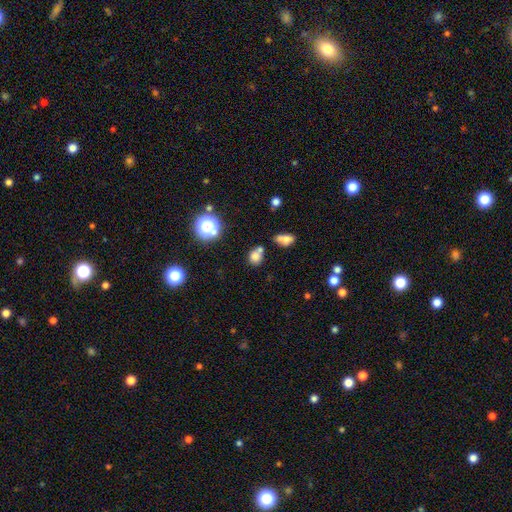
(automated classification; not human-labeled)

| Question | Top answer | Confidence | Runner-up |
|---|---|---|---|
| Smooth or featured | smooth | 72% | star or artifact (20%) |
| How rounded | round | 68% | in between (31%) |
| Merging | none | 51% | merger (31%) |